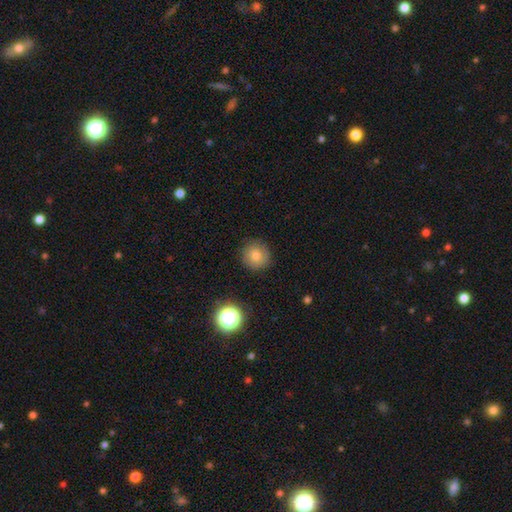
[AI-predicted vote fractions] Smooth or featured? Predicted: smooth (p=0.79). How rounded? Predicted: round (p=0.93). Merging? Predicted: none (p=0.88).